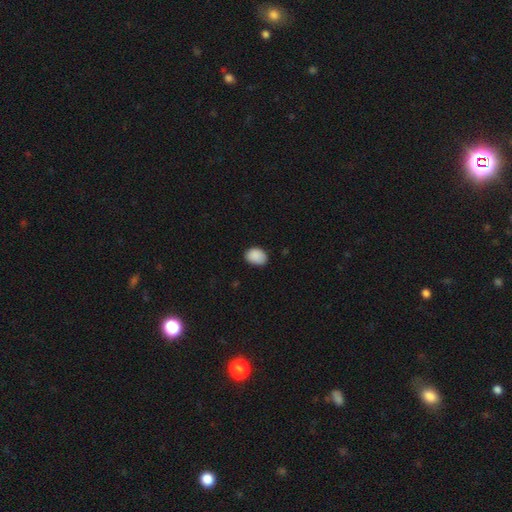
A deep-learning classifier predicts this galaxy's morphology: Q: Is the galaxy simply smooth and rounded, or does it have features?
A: smooth — 90%.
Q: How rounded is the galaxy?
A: in between — 68%.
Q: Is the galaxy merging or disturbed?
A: none — 81%.